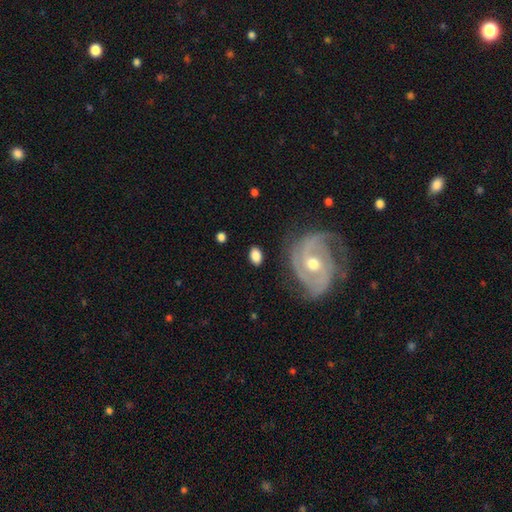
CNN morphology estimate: A smooth galaxy with no disk features (76%) that is in between round and cigar-shaped (85%). Merging: none (81%).